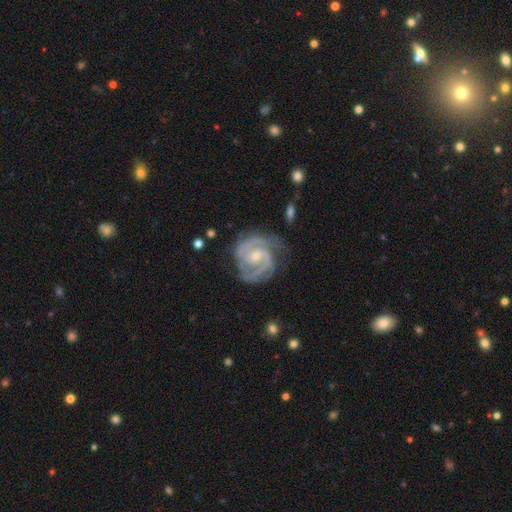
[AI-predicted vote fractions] Smooth or featured? Predicted: featured or disk (p=0.91). Edge-on disk? Predicted: no (p=0.98). Bar? Predicted: no (p=0.48). Spiral arms? Predicted: yes (p=0.98). Spiral winding? Predicted: tight (p=0.60). Spiral arm count? Predicted: 2 (p=0.74). Bulge size? Predicted: small (p=0.50). Merging? Predicted: none (p=0.69).